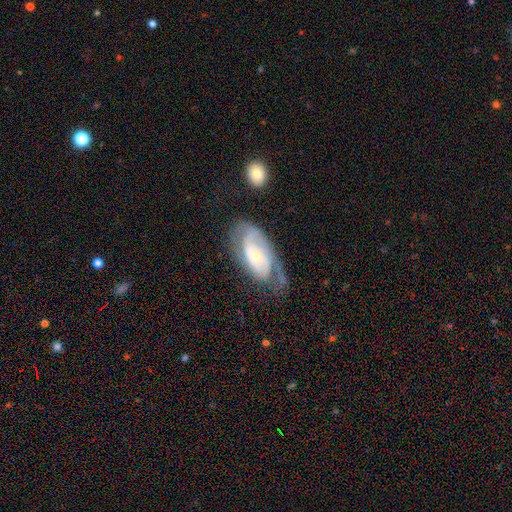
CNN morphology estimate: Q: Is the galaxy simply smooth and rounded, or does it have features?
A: featured or disk — 79%.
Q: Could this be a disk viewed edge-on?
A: no — 95%.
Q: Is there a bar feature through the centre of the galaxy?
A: no — 65%.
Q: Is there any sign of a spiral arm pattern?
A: yes — 91%.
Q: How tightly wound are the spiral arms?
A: tight — 49%.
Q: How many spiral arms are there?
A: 2 — 50%.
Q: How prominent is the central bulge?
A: small — 70%.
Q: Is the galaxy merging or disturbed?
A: none — 51%.